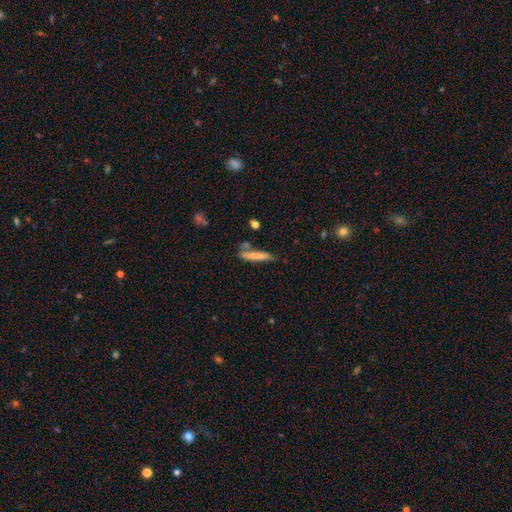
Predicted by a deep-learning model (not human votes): This appears to be a smooth galaxy with no disk features (74%) that is cigar-shaped (89%). Merging: none (65%).